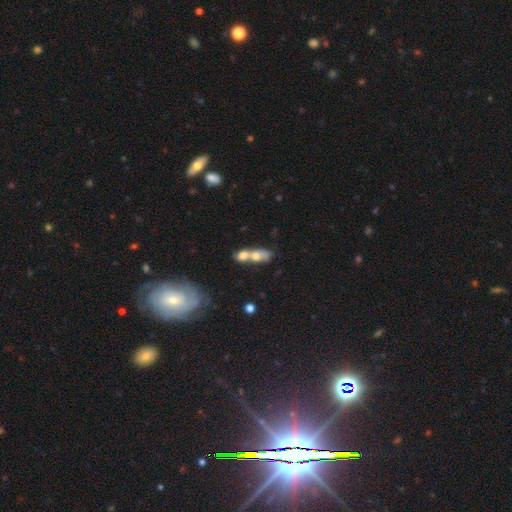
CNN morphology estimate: Overall: smooth (61%; featured or disk 30%). How rounded: in between (66%). Merging: merger (81%).